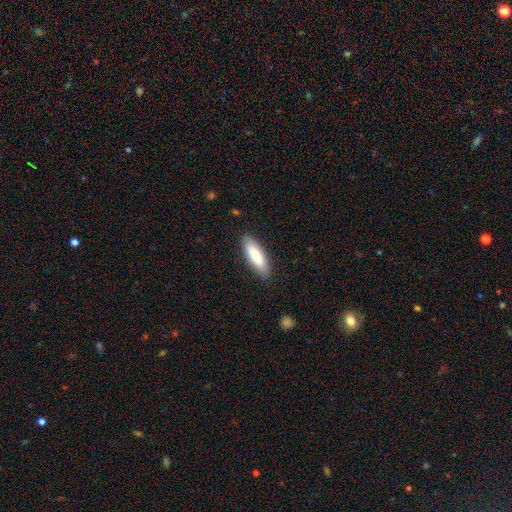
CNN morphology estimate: A smooth galaxy with no disk features (83%) that is in between round and cigar-shaped (55%).

Vote fractions:
- Smooth or featured? smooth: 83% / featured or disk: 12% / star or artifact: 5%
- How rounded? in between: 55% / cigar-shaped: 43% / round: 1%
- Merging? none: 87% / minor disturbance: 10% / major disturbance: 2% / merger: 1%